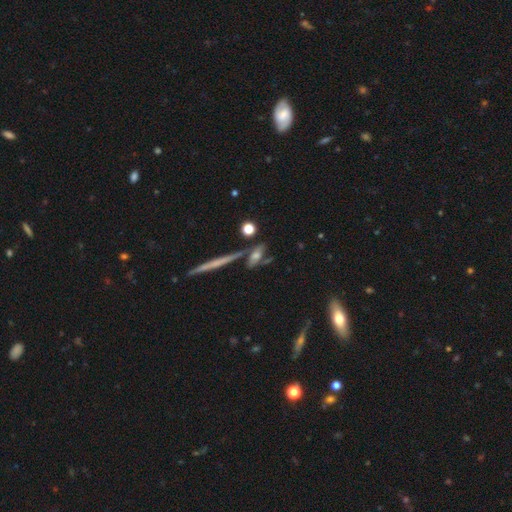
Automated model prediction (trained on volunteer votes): smooth_or_featured: smooth (p=0.45) [alt: featured or disk p=0.44]
merging: none (p=0.58) [alt: minor disturbance p=0.18]